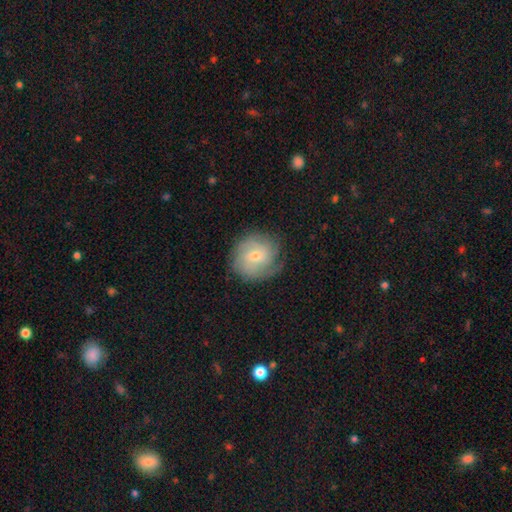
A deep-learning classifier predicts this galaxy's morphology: A featured or disk galaxy (61%) with no bar (59%), tight (59%) spiral arms (89%) and a small central bulge (50%).

Vote fractions:
- Smooth or featured? featured or disk: 61% / smooth: 31% / star or artifact: 8%
- Edge-on disk? no: 97% / yes: 3%
- Bar? no: 59% / weak: 35% / strong: 5%
- Spiral arms? yes: 89% / no: 11%
- Spiral winding? tight: 59% / medium: 30% / loose: 11%
- Spiral arm count? can't tell: 42% / 2: 19% / 3: 18% / 4: 9% / 1: 6% / more than 4: 5%
- Bulge size? small: 50% / moderate: 45% / large: 2% / none: 1% / dominant: 1%
- Merging? none: 75% / minor disturbance: 17% / major disturbance: 6% / merger: 1%